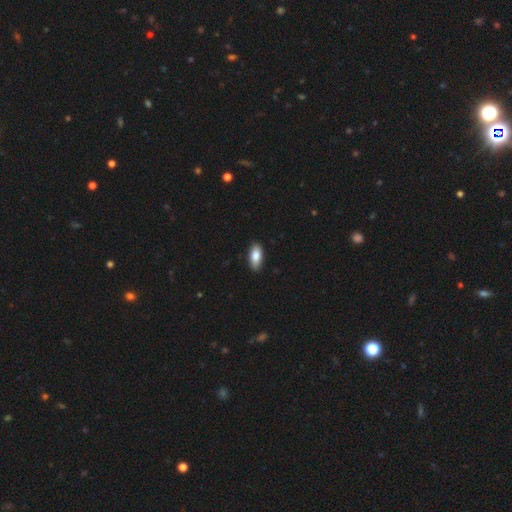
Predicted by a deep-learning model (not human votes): Smooth or featured? smooth (84%)
How rounded? in between (89%)
Merging? none (88%)